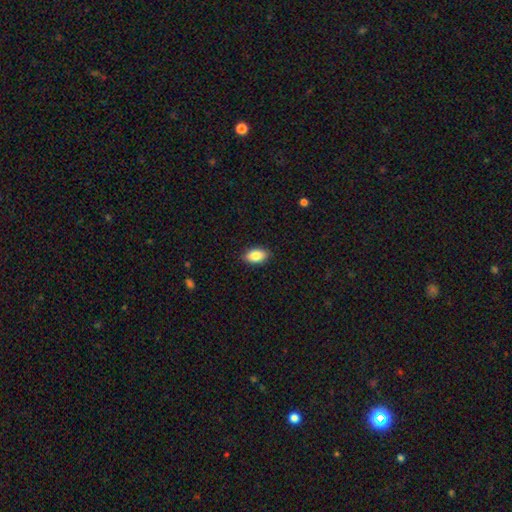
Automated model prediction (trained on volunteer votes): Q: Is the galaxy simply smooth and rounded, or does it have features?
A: smooth — 85%.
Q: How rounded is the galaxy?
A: in between — 92%.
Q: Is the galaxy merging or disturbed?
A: none — 89%.